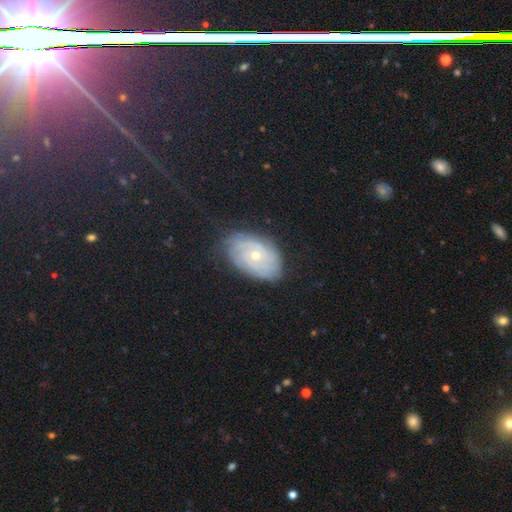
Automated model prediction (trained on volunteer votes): Smooth or featured? featured or disk (75%)
Edge-on disk? no (96%)
Bar? no (77%)
Spiral arms? yes (93%)
Spiral winding? tight (79%)
Spiral arm count? can't tell (42%)
Bulge size? small (52%)
Merging? none (79%)